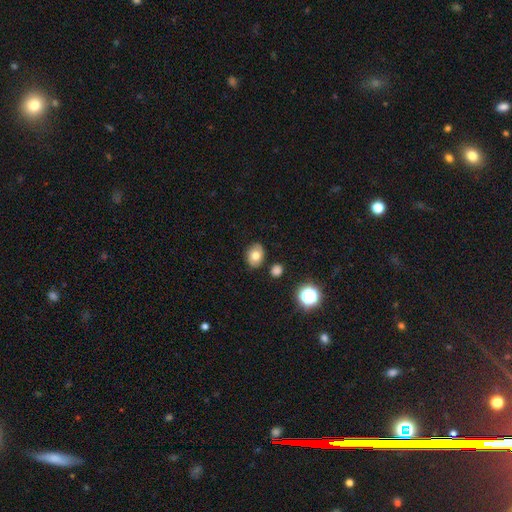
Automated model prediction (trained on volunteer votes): Overall: smooth (74%). How rounded: in between (65%; round 34%). Merging: none (84%).